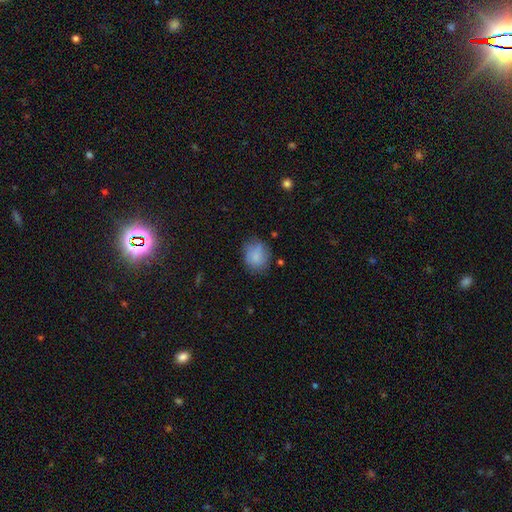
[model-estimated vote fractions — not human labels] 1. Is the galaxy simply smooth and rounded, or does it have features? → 81% smooth, 11% featured or disk, 8% star or artifact.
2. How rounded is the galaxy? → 61% round, 38% in between, 1% cigar-shaped.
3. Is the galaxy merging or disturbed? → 67% none, 23% minor disturbance, 7% major disturbance, 2% merger.